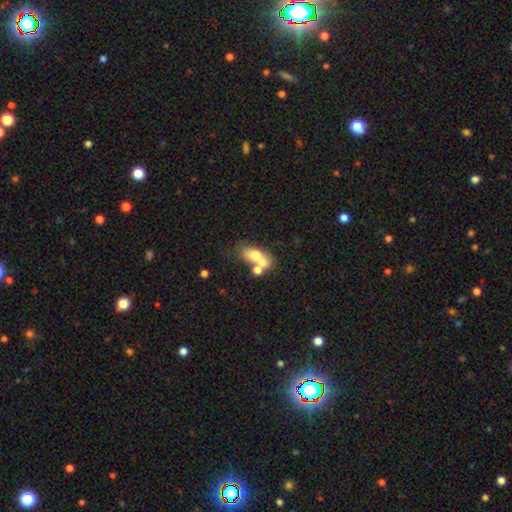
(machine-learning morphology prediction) smooth-or-featured: smooth: 62% | featured or disk: 27% | star or artifact: 11%
  how-rounded: in between: 74% | round: 21% | cigar-shaped: 5%
  merging: merger: 55% | none: 27% | minor disturbance: 10% | major disturbance: 8%